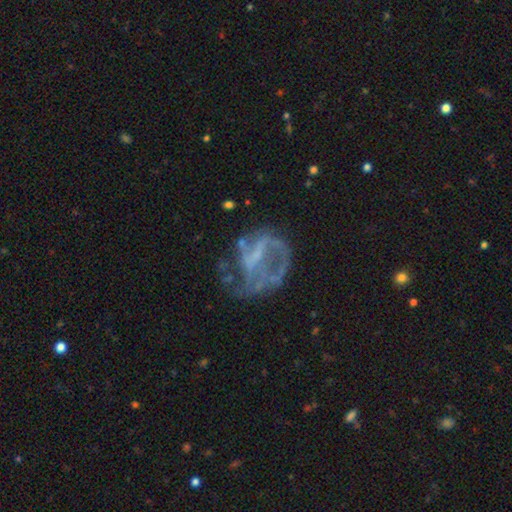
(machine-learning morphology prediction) This appears to be a featured or disk galaxy (71%) with no bar (49%), spiral arms (54%) and no central bulge (57%). Merging: major disturbance (39%).